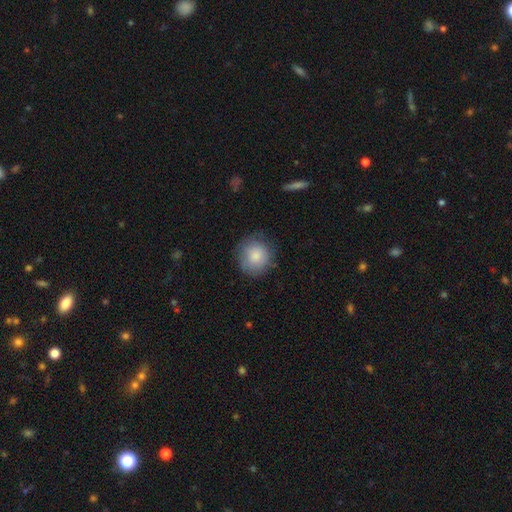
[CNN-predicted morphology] This appears to be a smooth galaxy with no disk features (84%) that is round (88%). Merging: none (77%).